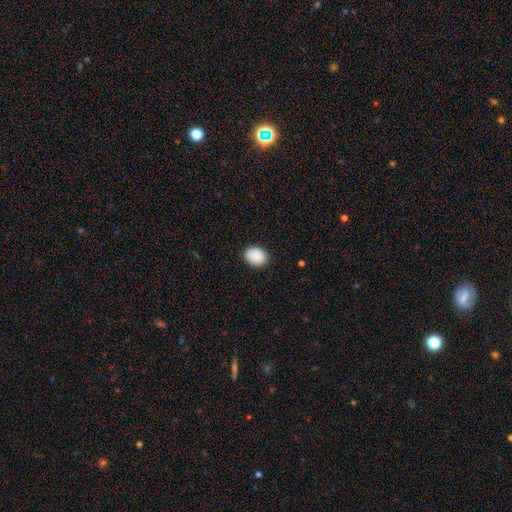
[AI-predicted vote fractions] smooth_or_featured: smooth (p=0.90) [alt: star or artifact p=0.07]
how_rounded: in between (p=0.66) [alt: round p=0.33]
merging: none (p=0.86) [alt: minor disturbance p=0.11]